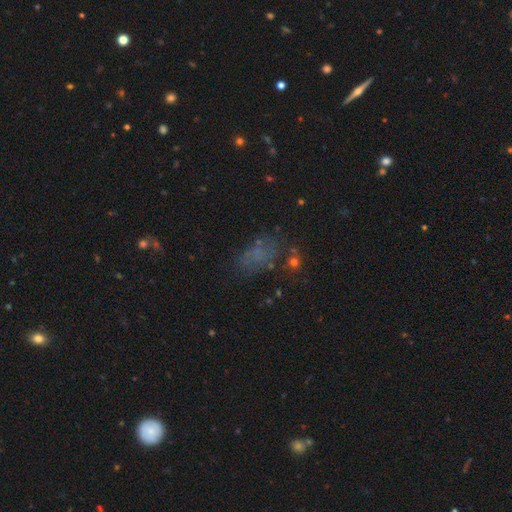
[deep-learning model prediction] This appears to be a smooth galaxy with no disk features (45%). Merging: none (50%).